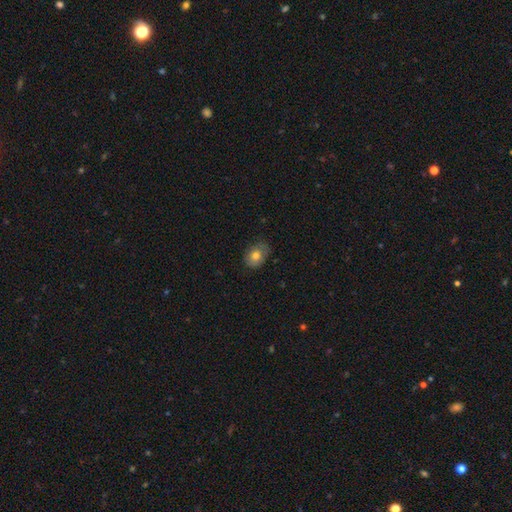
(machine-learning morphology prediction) smooth 74%, featured or disk 18%, star or artifact 8%. Down the decision tree: how rounded — in between (69%); merging — none (73%).